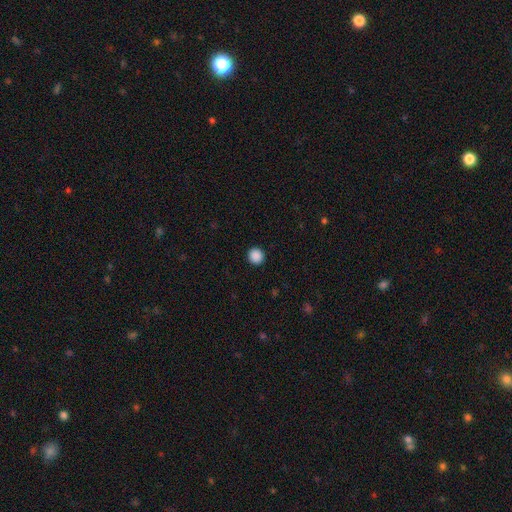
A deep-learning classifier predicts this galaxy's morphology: type=smooth (89%); roundness=round (93%); merging=none (93%).